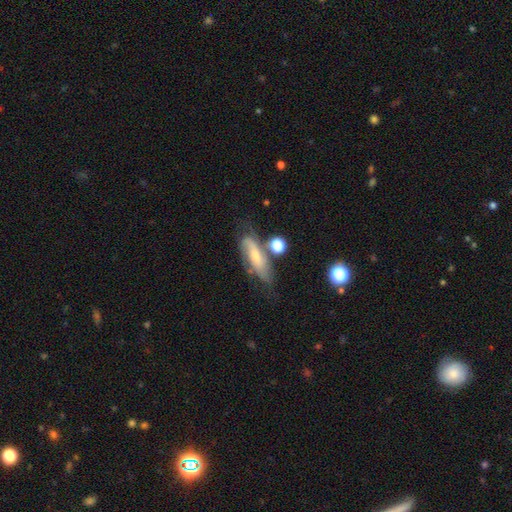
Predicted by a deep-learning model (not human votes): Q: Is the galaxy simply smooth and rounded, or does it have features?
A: featured or disk — 60%.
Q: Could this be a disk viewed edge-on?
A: no — 81%.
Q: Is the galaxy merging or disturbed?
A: none — 51%.